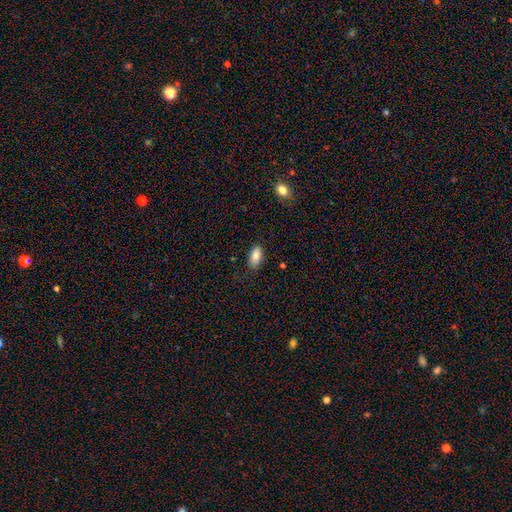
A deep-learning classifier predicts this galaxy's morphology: smooth_or_featured: smooth (p=0.84) [alt: featured or disk p=0.08]
how_rounded: in between (p=0.92) [alt: cigar-shaped p=0.05]
merging: none (p=0.84) [alt: minor disturbance p=0.12]